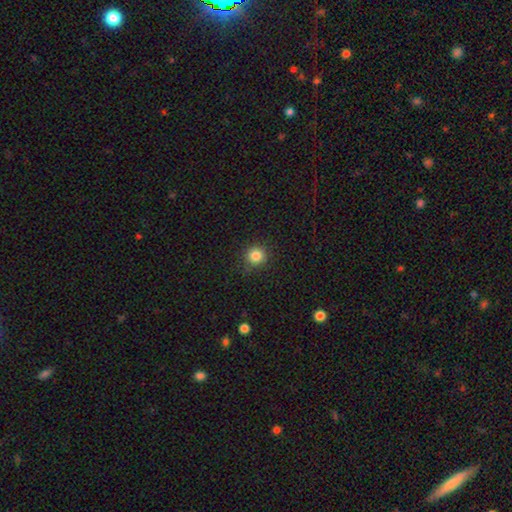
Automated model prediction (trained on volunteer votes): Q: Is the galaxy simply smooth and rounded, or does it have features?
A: smooth — 84%.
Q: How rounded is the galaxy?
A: round — 93%.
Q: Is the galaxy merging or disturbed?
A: none — 87%.